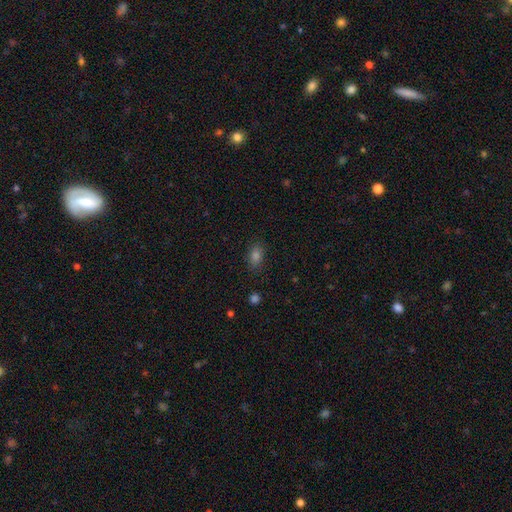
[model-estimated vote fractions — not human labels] The model was most divided on "smooth or featured": smooth: 77%, star or artifact: 16%, featured or disk: 6%. More confident: merging — none (85%); how rounded — in between (82%).